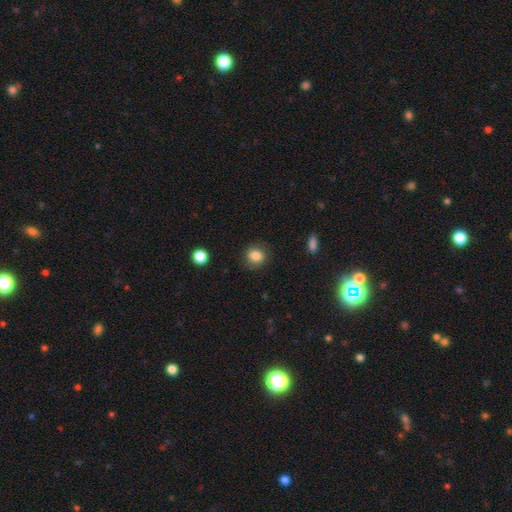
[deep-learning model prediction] smooth-or-featured: smooth: 85% | star or artifact: 10% | featured or disk: 5%
  how-rounded: round: 79% | in between: 20% | cigar-shaped: 1%
  merging: none: 86% | minor disturbance: 10% | major disturbance: 3% | merger: 1%